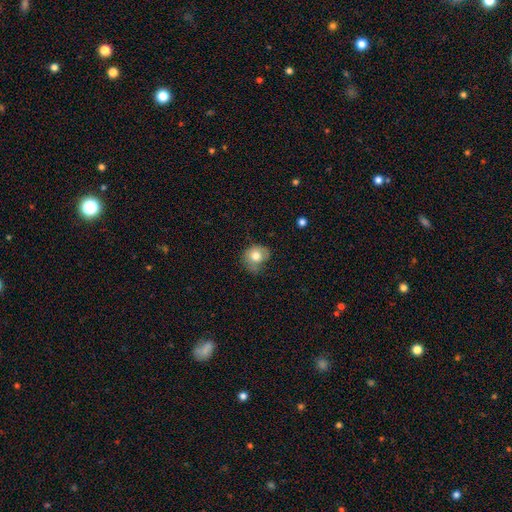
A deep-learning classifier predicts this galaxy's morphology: type=smooth (75%); roundness=round (67%); merging=none (45%).